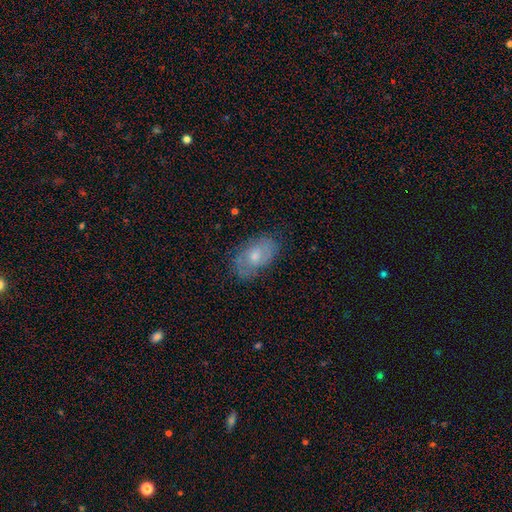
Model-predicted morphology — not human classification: Smooth or featured: featured or disk — 49% (smooth — 43%)
Merging: none — 72% (minor disturbance — 20%)